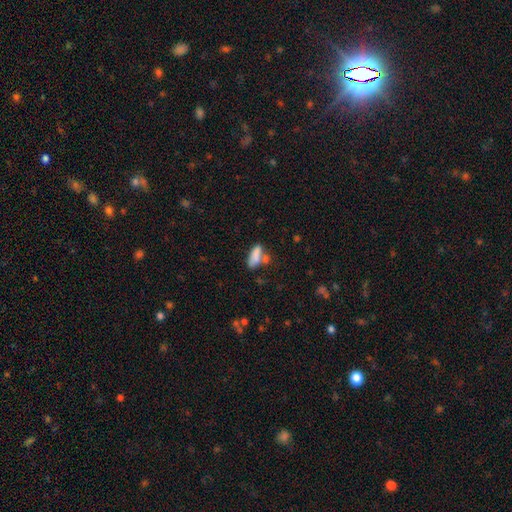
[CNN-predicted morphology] Smooth or featured? smooth (80%)
How rounded? in between (70%)
Merging? none (45%)